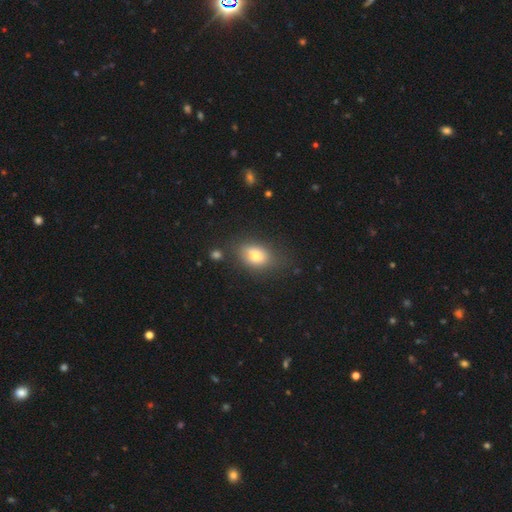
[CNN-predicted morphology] Smooth or featured? Predicted: smooth (p=0.74). How rounded? Predicted: in between (p=0.75). Merging? Predicted: none (p=0.71).